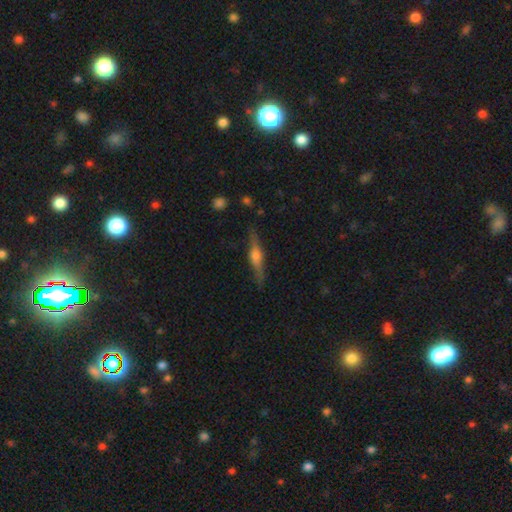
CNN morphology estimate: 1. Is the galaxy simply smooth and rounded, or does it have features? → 69% featured or disk, 24% smooth, 7% star or artifact.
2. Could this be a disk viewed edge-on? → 96% yes, 4% no.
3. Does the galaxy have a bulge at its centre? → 88% rounded, 8% boxy, 3% none.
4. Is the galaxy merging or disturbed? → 83% none, 12% minor disturbance, 3% major disturbance, 1% merger.